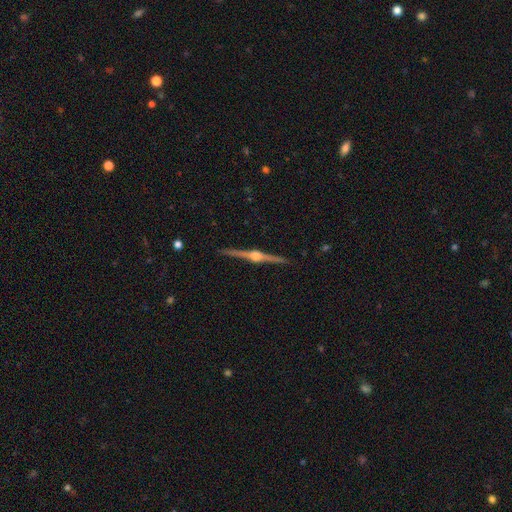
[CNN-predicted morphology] This is clearly a featured or disk galaxy (90%). It is clearly viewed edge-on (99%). Edge-on bulge: clearly rounded (95%). Merging: clearly none (92%).